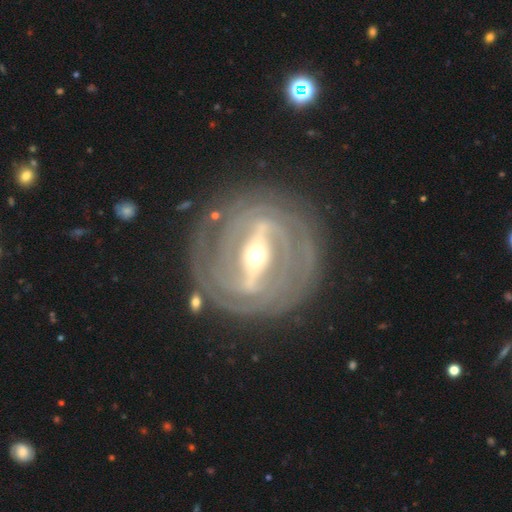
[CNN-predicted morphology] A featured or disk galaxy (90%) with a strong bar (71%), tight (78%) spiral arms (93%) and a moderate central bulge (48%).

Vote fractions:
- Smooth or featured? featured or disk: 90% / smooth: 6% / star or artifact: 5%
- Edge-on disk? no: 92% / yes: 8%
- Bar? strong: 71% / weak: 20% / no: 9%
- Spiral arms? yes: 93% / no: 7%
- Spiral winding? tight: 78% / medium: 17% / loose: 5%
- Spiral arm count? can't tell: 30% / 2: 22% / 3: 17% / 4: 15% / more than 4: 9% / 1: 7%
- Bulge size? moderate: 48% / small: 46% / large: 4% / dominant: 1% / none: 1%
- Merging? none: 82% / minor disturbance: 12% / major disturbance: 5% / merger: 2%